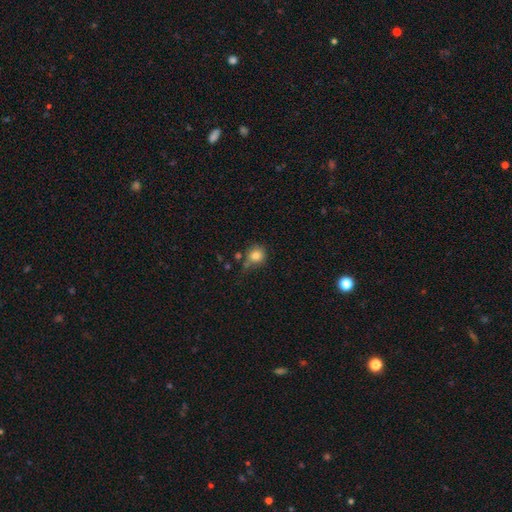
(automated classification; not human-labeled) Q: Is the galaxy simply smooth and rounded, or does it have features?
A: smooth — 80%.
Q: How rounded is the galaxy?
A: round — 85%.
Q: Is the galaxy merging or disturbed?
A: none — 59%.